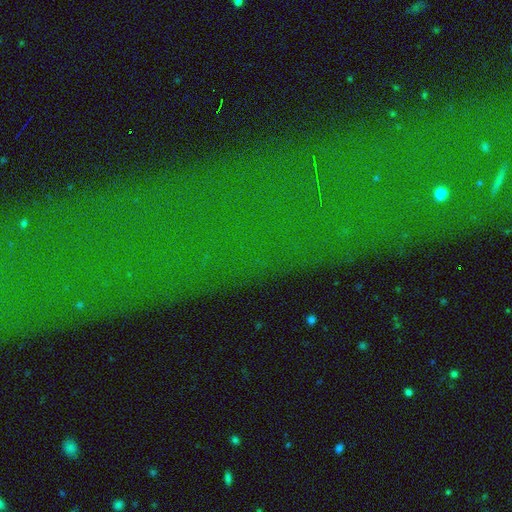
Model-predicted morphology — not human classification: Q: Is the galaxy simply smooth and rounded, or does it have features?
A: star or artifact — 77%.